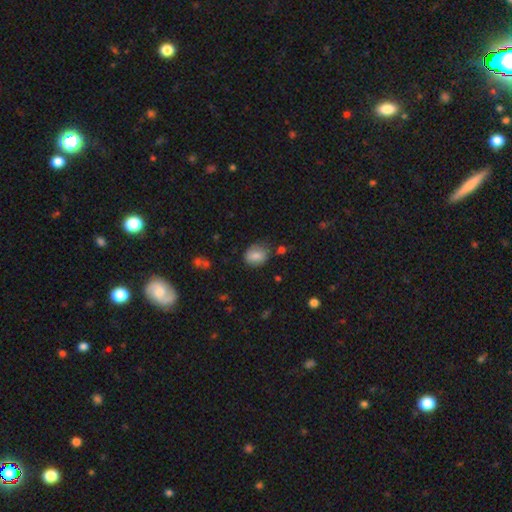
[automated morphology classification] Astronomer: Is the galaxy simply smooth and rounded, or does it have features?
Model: smooth — 79%.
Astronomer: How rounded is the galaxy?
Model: round — 52% (runner-up: in between, 46%).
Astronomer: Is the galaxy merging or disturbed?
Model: none — 71%.